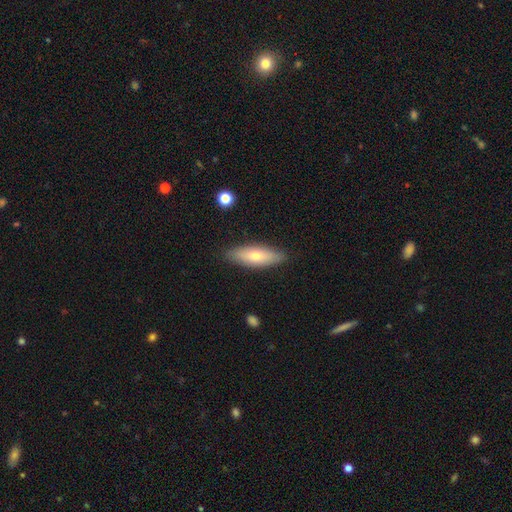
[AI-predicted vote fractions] smooth_or_featured: smooth (p=0.60) [alt: featured or disk p=0.33]
how_rounded: in between (p=0.54) [alt: cigar-shaped p=0.44]
merging: none (p=0.88) [alt: minor disturbance p=0.09]